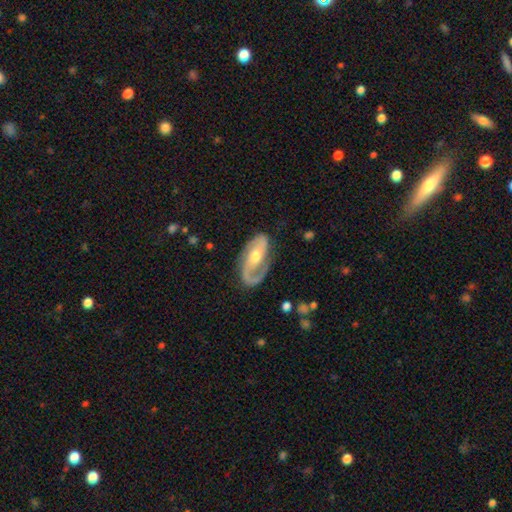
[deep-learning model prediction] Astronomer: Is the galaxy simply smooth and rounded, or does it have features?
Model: featured or disk — 86%.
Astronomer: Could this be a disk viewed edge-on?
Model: no — 96%.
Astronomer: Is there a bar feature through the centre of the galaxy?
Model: no — 44% (runner-up: weak, 36%).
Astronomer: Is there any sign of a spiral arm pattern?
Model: yes — 95%.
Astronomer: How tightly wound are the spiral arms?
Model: medium — 45% (runner-up: tight, 32%).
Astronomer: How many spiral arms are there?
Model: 2 — 68%.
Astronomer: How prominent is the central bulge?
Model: moderate — 66%.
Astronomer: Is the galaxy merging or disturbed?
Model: none — 70%.